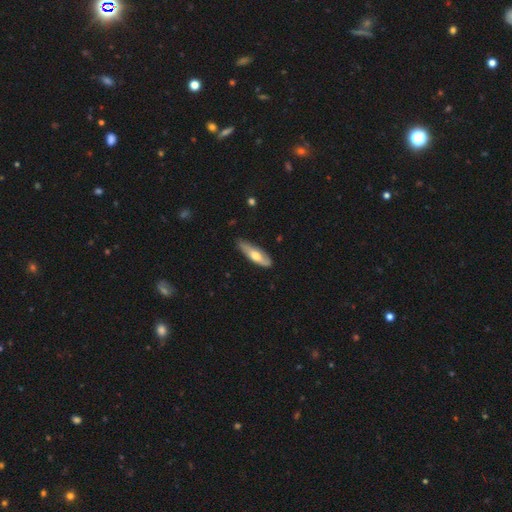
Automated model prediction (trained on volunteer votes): A smooth galaxy with no disk features (53%) that is cigar-shaped (54%). Merging: none (67%).